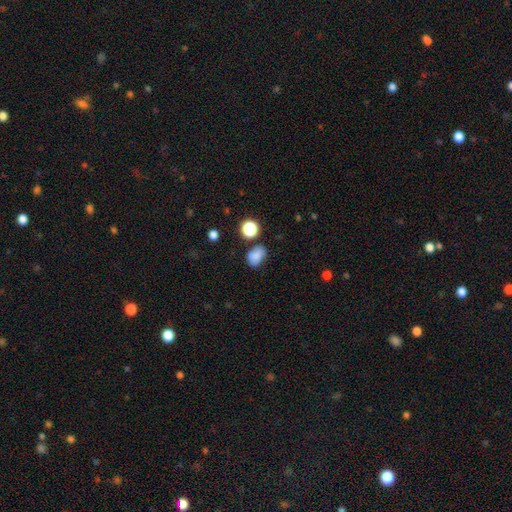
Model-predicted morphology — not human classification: Smooth or featured?
  - smooth: 81% *
  - star or artifact: 12%
  - featured or disk: 6%
How rounded?
  - in between: 70% *
  - round: 29%
  - cigar-shaped: 1%
Merging?
  - none: 67% *
  - minor disturbance: 21%
  - merger: 7%
  - major disturbance: 6%